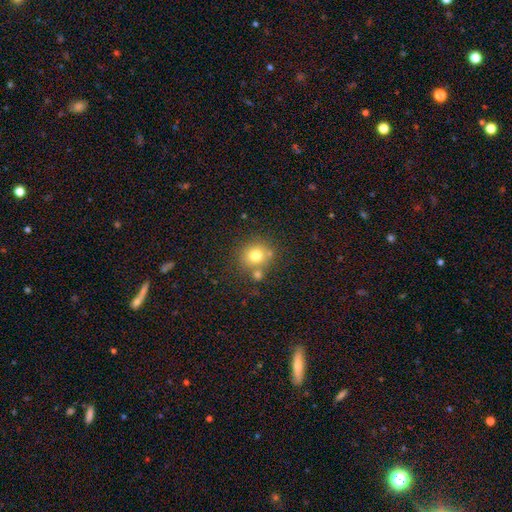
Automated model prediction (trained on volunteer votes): Smooth or featured?
  - smooth: 75% *
  - star or artifact: 14%
  - featured or disk: 12%
How rounded?
  - round: 84% *
  - in between: 15%
  - cigar-shaped: 1%
Merging?
  - none: 68% *
  - merger: 17%
  - minor disturbance: 11%
  - major disturbance: 4%